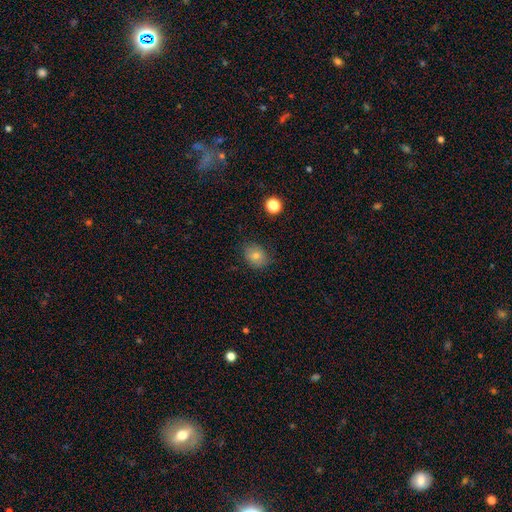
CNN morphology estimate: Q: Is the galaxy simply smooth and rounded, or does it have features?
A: smooth — 73%.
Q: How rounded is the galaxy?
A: round — 53%.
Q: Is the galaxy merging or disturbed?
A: none — 78%.